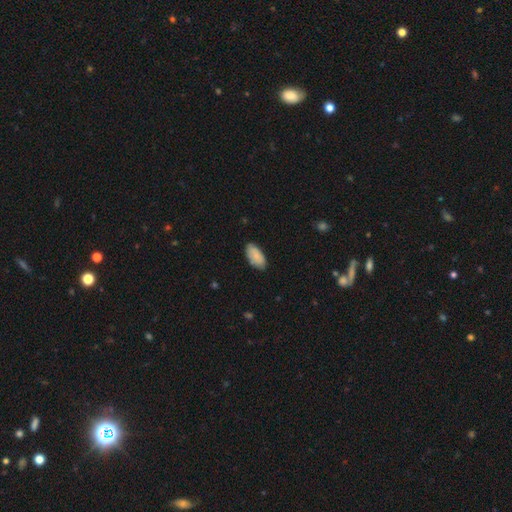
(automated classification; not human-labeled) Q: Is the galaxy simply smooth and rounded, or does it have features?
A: smooth — 84%.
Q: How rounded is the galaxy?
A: in between — 94%.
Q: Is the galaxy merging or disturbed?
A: none — 81%.